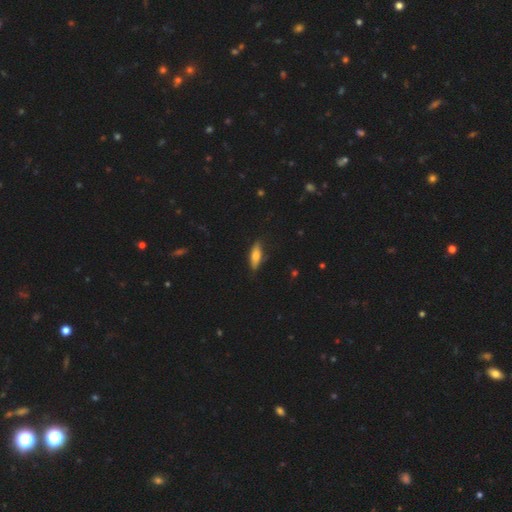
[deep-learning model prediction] The model was most divided on "how rounded": in between: 56%, cigar-shaped: 41%, round: 2%. More confident: merging — none (80%); smooth or featured — smooth (66%).